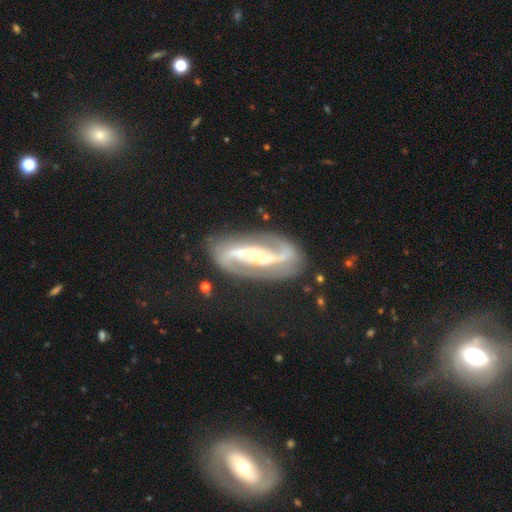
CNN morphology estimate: featured or disk 92%, star or artifact 4%, smooth 4%. Down the decision tree: edge-on disk — no (95%); bar — strong (50%); spiral arms — yes (98%); spiral arm count — 2 (94%); spiral winding — medium (51%); bulge size — moderate (51%); merging — none (80%).